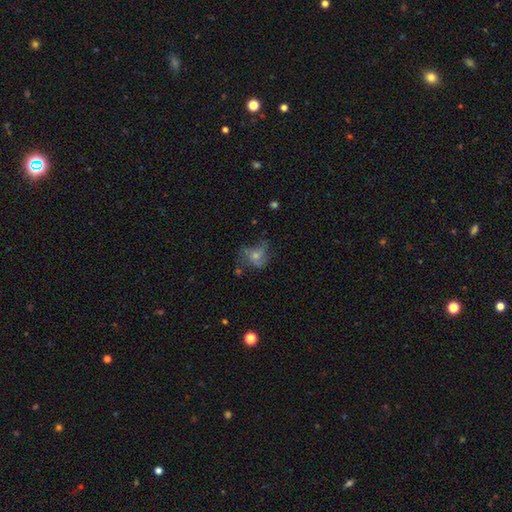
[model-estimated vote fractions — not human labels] Morphology: type=featured or disk (52%); edge-on=no (96%); merging=none (53%).